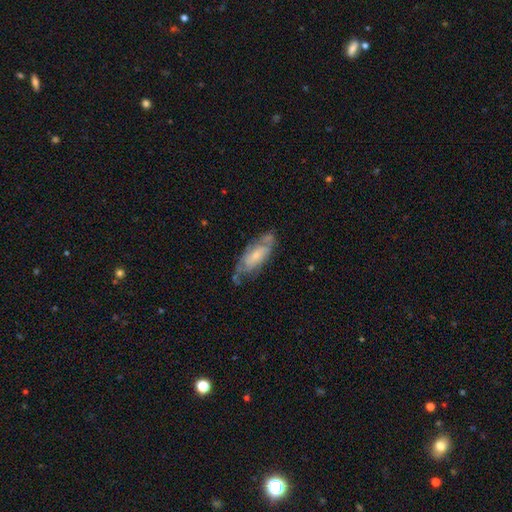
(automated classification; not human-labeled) Smooth or featured? featured or disk (61%)
Edge-on disk? no (85%)
Bar? no (65%)
Spiral arms? yes (71%)
Bulge size? small (58%)
Merging? none (52%)